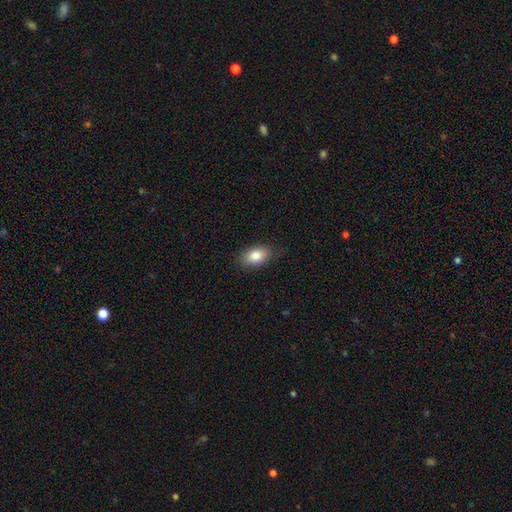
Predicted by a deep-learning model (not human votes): Q: Smooth or featured?
A: smooth (84%); runner-up: featured or disk (9%)
Q: How rounded?
A: in between (89%); runner-up: round (9%)
Q: Merging?
A: none (81%); runner-up: minor disturbance (15%)